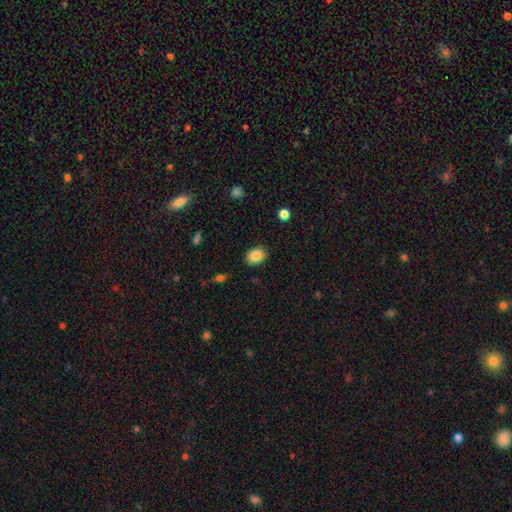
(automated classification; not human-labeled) Smooth or featured? smooth (87%)
How rounded? in between (71%)
Merging? none (86%)